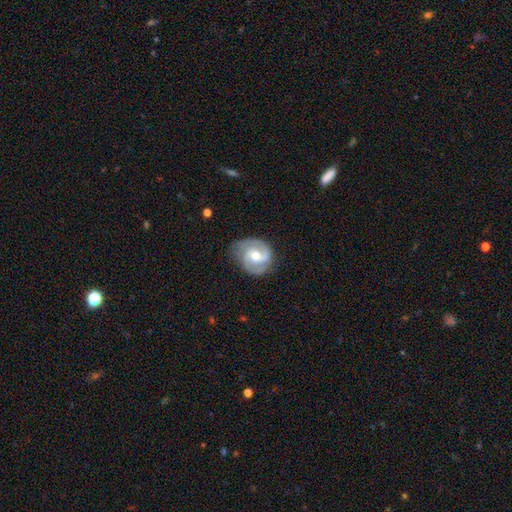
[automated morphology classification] The model was most divided on "bar" (2-way tie): no: 44%, weak: 44%, strong: 12%. Remaining: edge-on disk — no (98%); spiral arms — yes (96%); smooth or featured — featured or disk (85%); spiral arm count — 2 (84%); bulge size — moderate (72%); merging — none (71%); spiral winding — medium (48%).